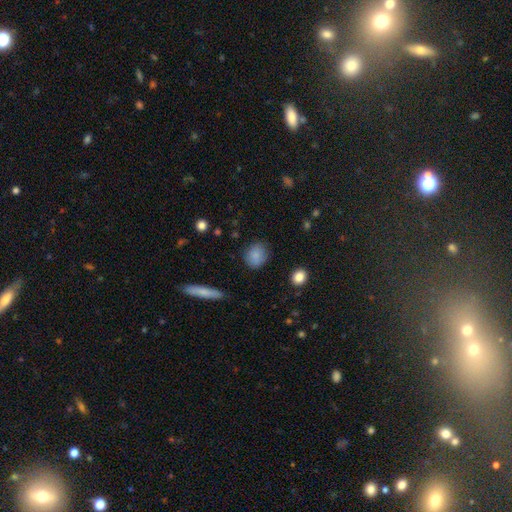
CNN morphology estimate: A smooth galaxy with no disk features (85%) that is round (70%). Merging: none (82%).